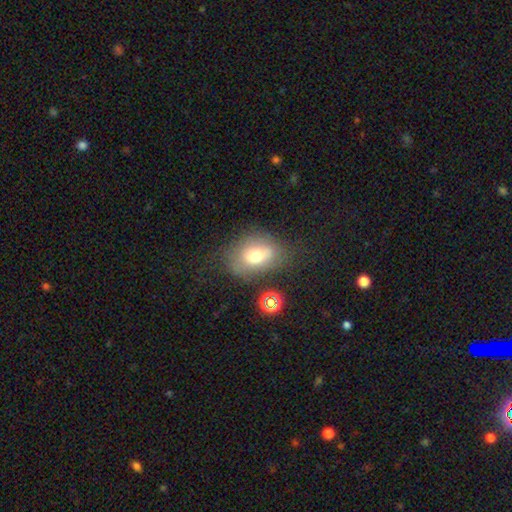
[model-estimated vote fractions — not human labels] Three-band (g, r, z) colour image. It shows a smooth galaxy with no disk features (67%) that is in between round and cigar-shaped (75%). Merging: none (58%).